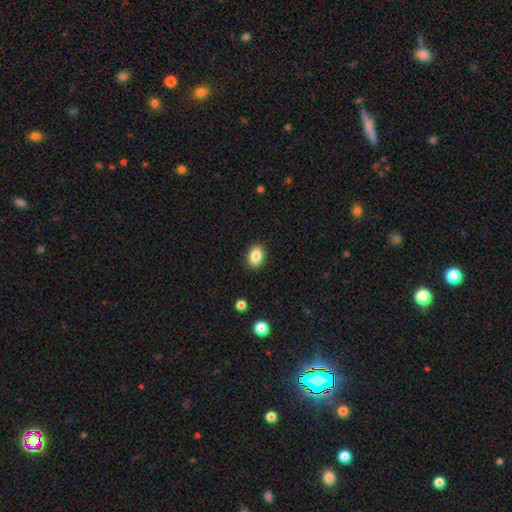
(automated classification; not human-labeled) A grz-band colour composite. It shows a smooth galaxy with no disk features (86%) that is in between round and cigar-shaped (78%). Merging: none (89%).